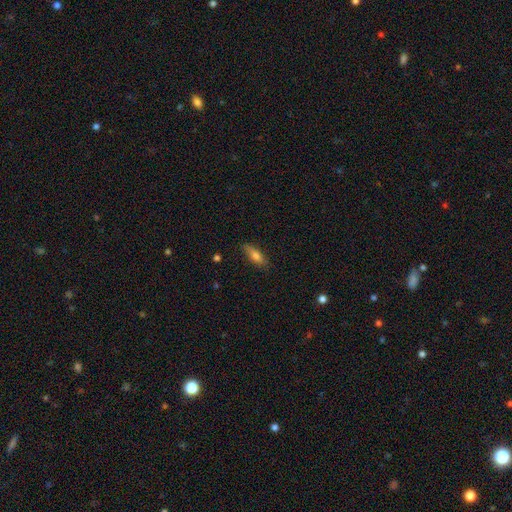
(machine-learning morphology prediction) Q: Smooth or featured?
A: smooth (74%); runner-up: featured or disk (18%)
Q: How rounded?
A: in between (59%); runner-up: cigar-shaped (39%)
Q: Merging?
A: none (79%); runner-up: minor disturbance (16%)